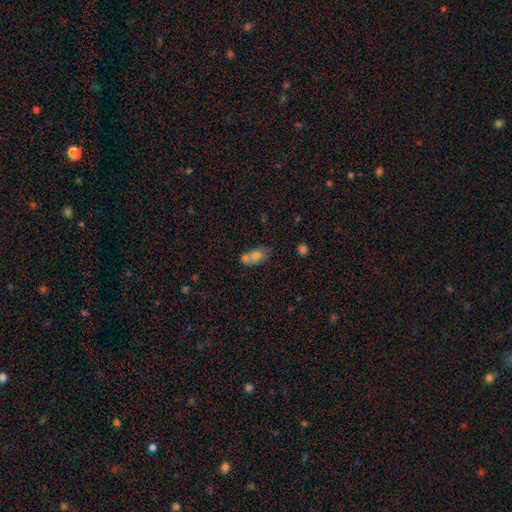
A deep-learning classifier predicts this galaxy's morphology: This appears to be a smooth galaxy with no disk features (72%) that is in between round and cigar-shaped (83%). Merging: merger (46%).